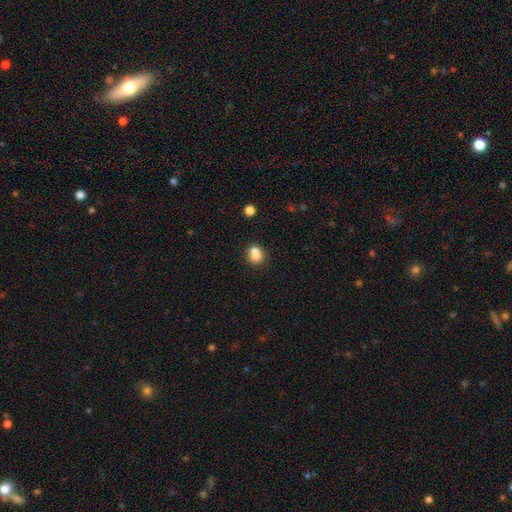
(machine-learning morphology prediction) smooth 77%, featured or disk 13%, star or artifact 11%. Down the decision tree: how rounded — round (71%); merging — none (46%).